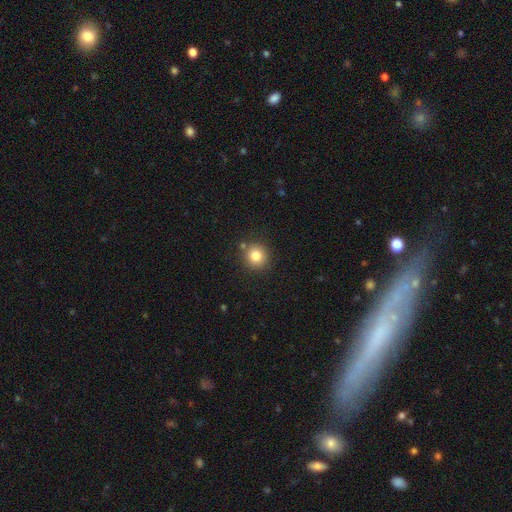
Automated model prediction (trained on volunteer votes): Q: Smooth or featured?
A: smooth (82%); runner-up: star or artifact (11%)
Q: How rounded?
A: round (92%); runner-up: in between (7%)
Q: Merging?
A: none (84%); runner-up: minor disturbance (8%)